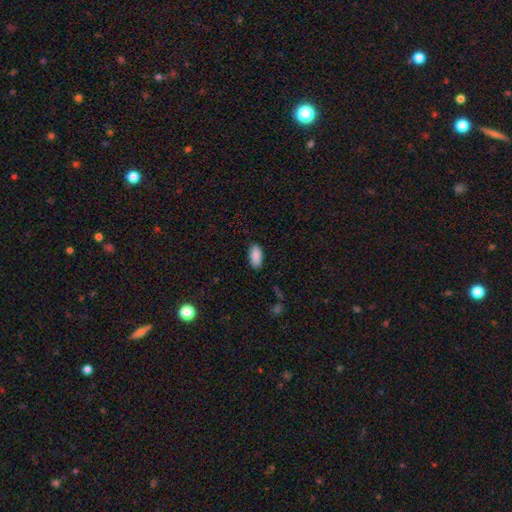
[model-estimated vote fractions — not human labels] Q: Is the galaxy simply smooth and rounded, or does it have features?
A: smooth — 89%.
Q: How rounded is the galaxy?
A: in between — 93%.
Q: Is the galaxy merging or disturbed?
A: none — 87%.